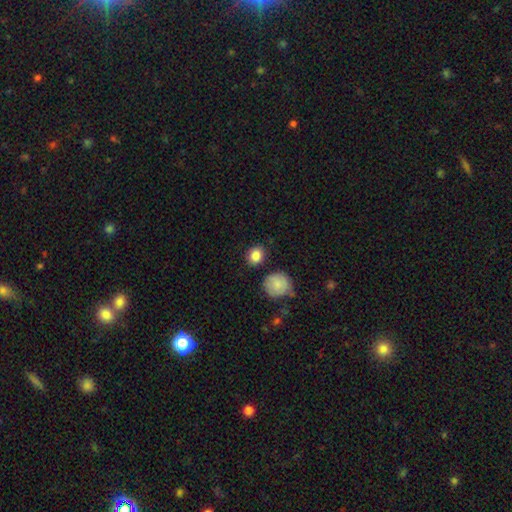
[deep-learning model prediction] This is clearly a smooth galaxy (86%). How rounded: likely round (67%). Merging: clearly none (82%).